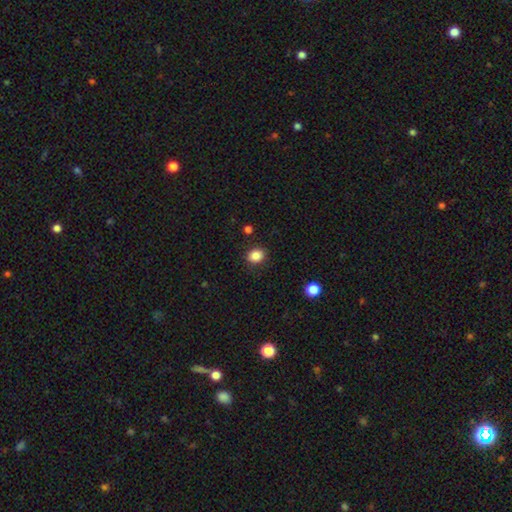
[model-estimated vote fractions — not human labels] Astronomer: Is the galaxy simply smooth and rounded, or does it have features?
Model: smooth — 86%.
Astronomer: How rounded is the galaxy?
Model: round — 53% (runner-up: in between, 46%).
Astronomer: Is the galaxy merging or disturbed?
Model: none — 88%.